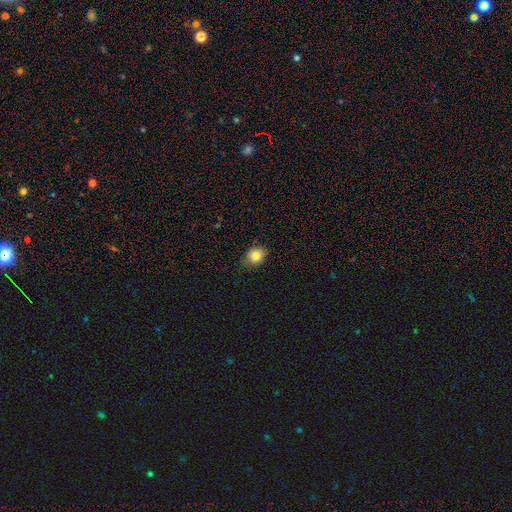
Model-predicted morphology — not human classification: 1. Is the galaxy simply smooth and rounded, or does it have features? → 83% smooth, 10% star or artifact, 7% featured or disk.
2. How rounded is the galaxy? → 61% round, 38% in between, 1% cigar-shaped.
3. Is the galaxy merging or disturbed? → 82% none, 15% minor disturbance, 3% major disturbance, 1% merger.